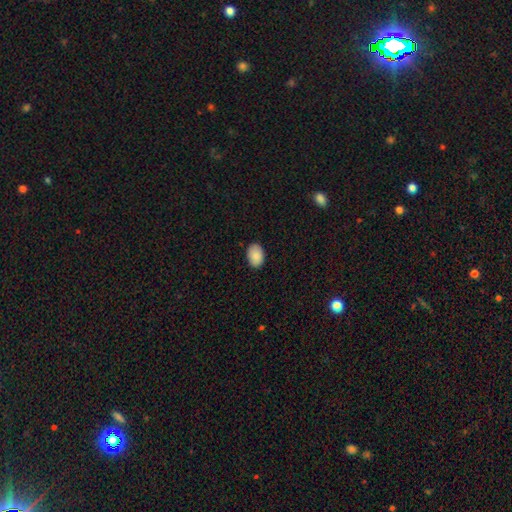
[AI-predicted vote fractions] This appears to be a smooth galaxy with no disk features (89%) that is in between round and cigar-shaped (84%). Merging: none (87%).